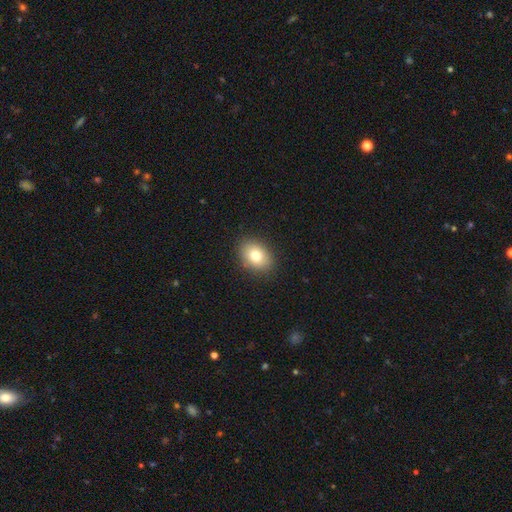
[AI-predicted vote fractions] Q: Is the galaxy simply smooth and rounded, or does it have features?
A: smooth — 79%.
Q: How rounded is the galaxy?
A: in between — 72%.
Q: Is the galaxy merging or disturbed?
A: none — 88%.